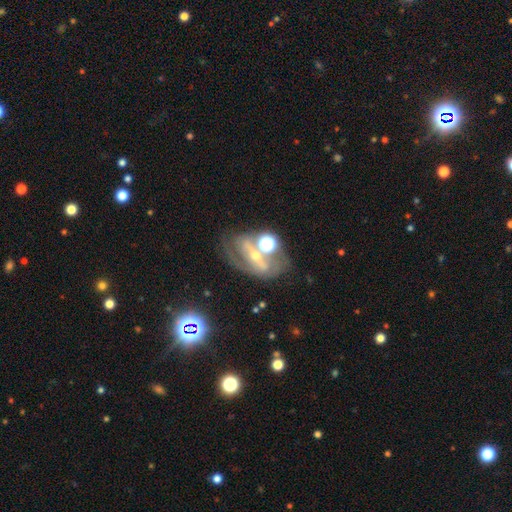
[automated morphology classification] featured or disk 67%, smooth 18%, star or artifact 15%. Down the decision tree: edge-on disk — no (93%); bar — strong (48%); spiral arms — yes (67%); bulge size — moderate (49%); merging — none (48%).